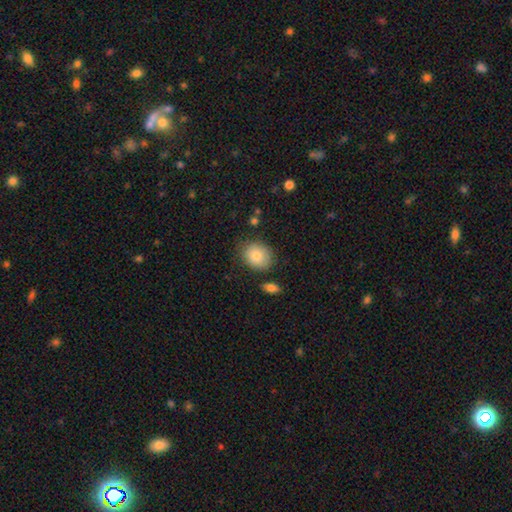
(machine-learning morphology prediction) smooth-or-featured: smooth: 82% | featured or disk: 10% | star or artifact: 8%
  how-rounded: round: 59% | in between: 40% | cigar-shaped: 1%
  merging: none: 77% | minor disturbance: 15% | major disturbance: 4% | merger: 4%